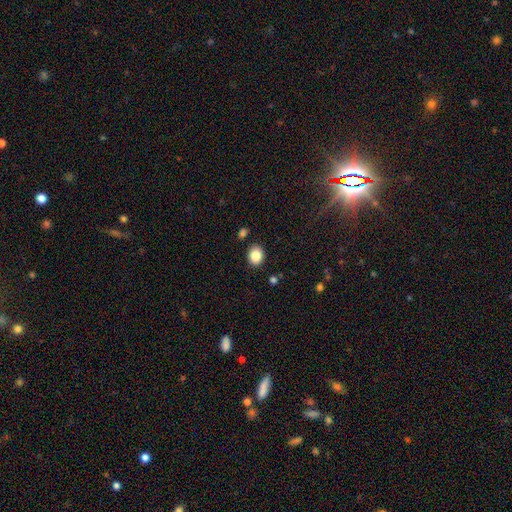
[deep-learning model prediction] Smooth or featured?
  - smooth: 87% *
  - star or artifact: 8%
  - featured or disk: 5%
How rounded?
  - in between: 51% *
  - round: 48%
  - cigar-shaped: 1%
Merging?
  - none: 87% *
  - minor disturbance: 8%
  - merger: 3%
  - major disturbance: 2%